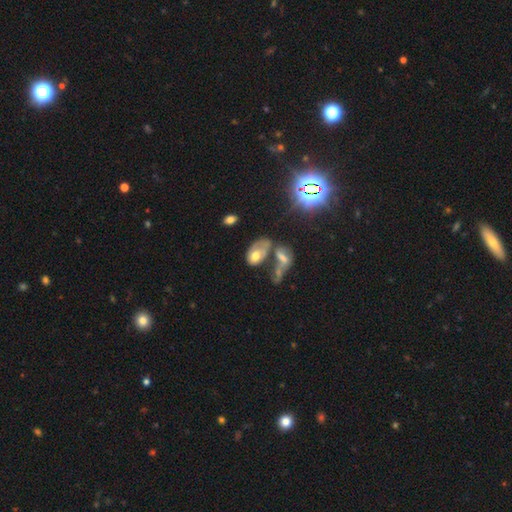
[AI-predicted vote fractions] A smooth galaxy with no disk features (52%) that is in between round and cigar-shaped (90%).

Vote fractions:
- Smooth or featured? smooth: 52% / featured or disk: 35% / star or artifact: 13%
- How rounded? in between: 90% / round: 8% / cigar-shaped: 2%
- Merging? merger: 45% / major disturbance: 23% / none: 18% / minor disturbance: 14%